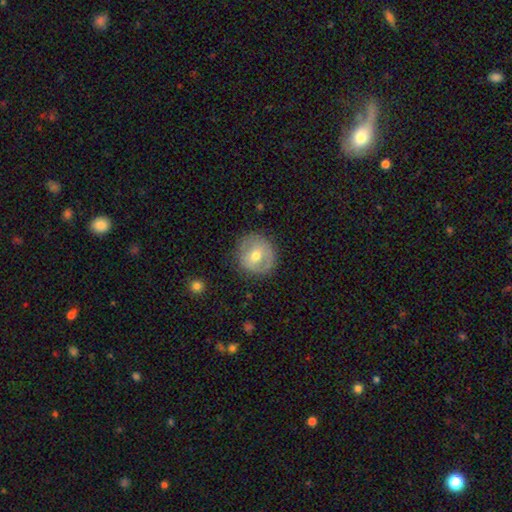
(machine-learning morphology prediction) Overall: smooth (50%; featured or disk 42%). How rounded: round (90%). Merging: none (81%).